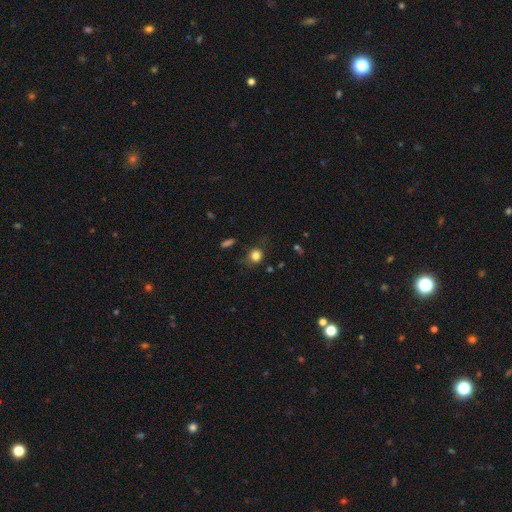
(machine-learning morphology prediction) A smooth galaxy with no disk features (80%) that is round (78%). Merging: none (69%).